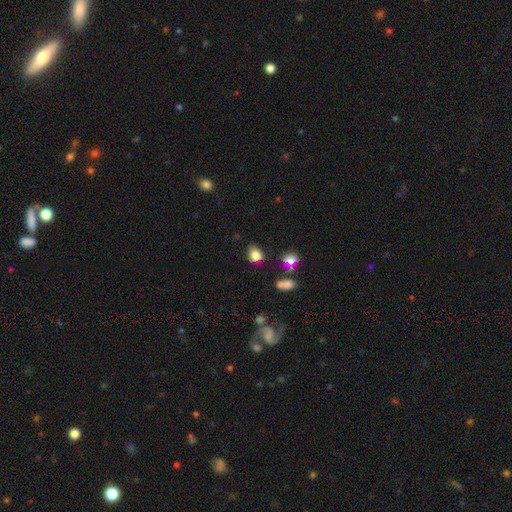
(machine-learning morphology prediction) A smooth galaxy with no disk features (80%) that is in between round and cigar-shaped (56%). Merging: none (71%).